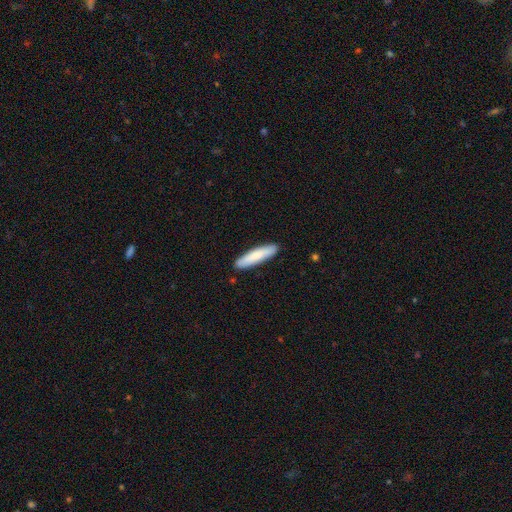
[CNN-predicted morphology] smooth_or_featured: smooth (p=0.82) [alt: featured or disk p=0.13]
how_rounded: cigar-shaped (p=0.85) [alt: in between p=0.14]
merging: none (p=0.89) [alt: minor disturbance p=0.08]